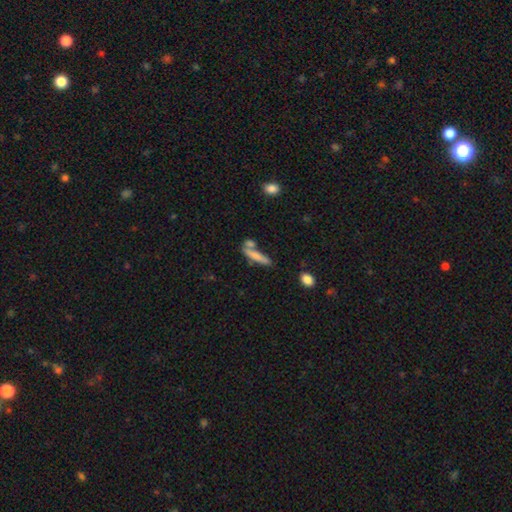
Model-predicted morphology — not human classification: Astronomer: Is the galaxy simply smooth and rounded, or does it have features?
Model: smooth — 69%.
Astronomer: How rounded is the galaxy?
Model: cigar-shaped — 83%.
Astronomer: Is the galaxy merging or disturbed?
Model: none — 52%.